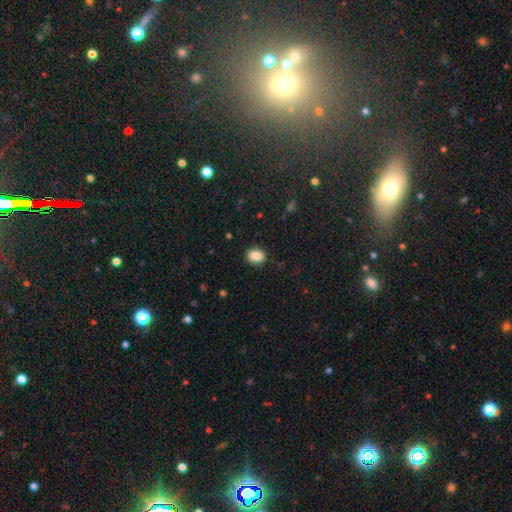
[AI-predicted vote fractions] Smooth or featured: smooth — 88% (star or artifact — 9%)
How rounded: round — 53% (in between — 46%)
Merging: none — 89% (minor disturbance — 8%)